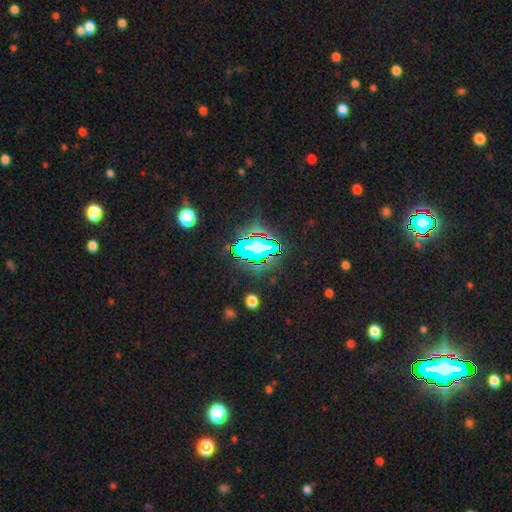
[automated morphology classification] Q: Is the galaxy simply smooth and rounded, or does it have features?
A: star or artifact — 61%.